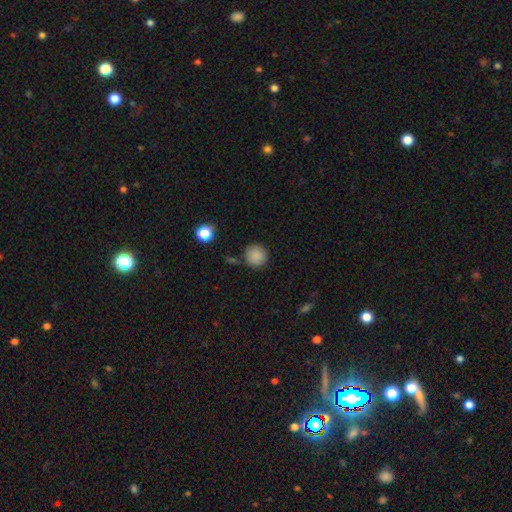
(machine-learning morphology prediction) Smooth or featured?
  - smooth: 86% *
  - star or artifact: 10%
  - featured or disk: 4%
How rounded?
  - round: 93% *
  - in between: 6%
  - cigar-shaped: 1%
Merging?
  - none: 83% *
  - minor disturbance: 10%
  - merger: 4%
  - major disturbance: 3%